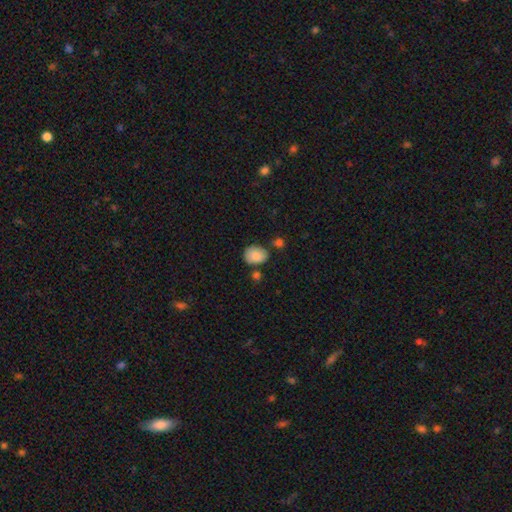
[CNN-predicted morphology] This appears to be a smooth galaxy with no disk features (86%) that is in between round and cigar-shaped (61%). Merging: none (67%).